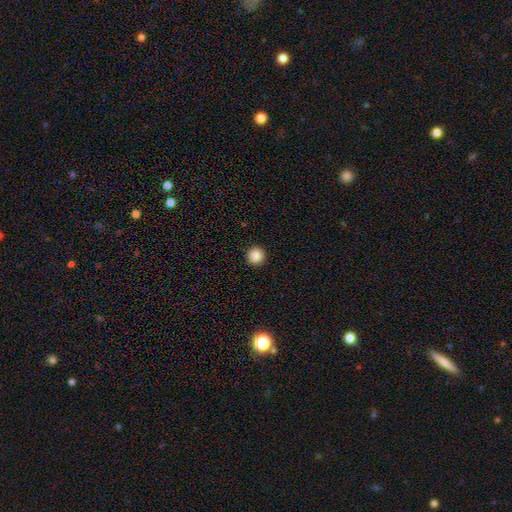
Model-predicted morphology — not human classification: The model was most divided on "smooth or featured": smooth: 87%, star or artifact: 10%, featured or disk: 3%. More confident: how rounded — round (96%); merging — none (94%).